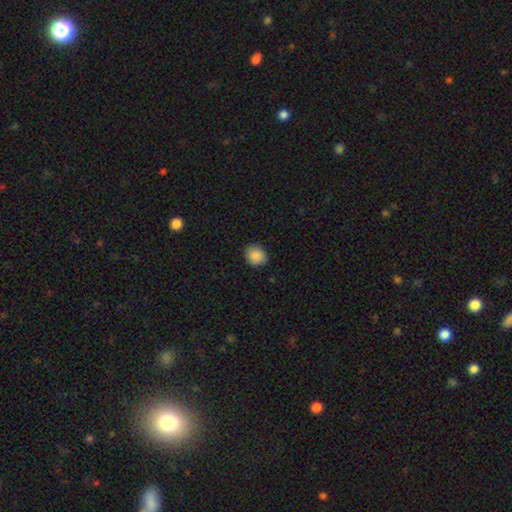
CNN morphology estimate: smooth_or_featured: smooth (p=0.88) [alt: star or artifact p=0.08]
how_rounded: round (p=0.75) [alt: in between p=0.24]
merging: none (p=0.87) [alt: minor disturbance p=0.10]